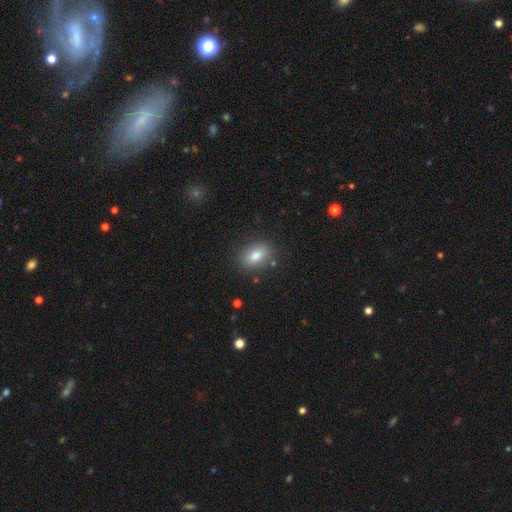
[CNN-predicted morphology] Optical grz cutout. It shows a smooth galaxy with no disk features (81%) that is in between round and cigar-shaped (80%). Merging: none (84%).